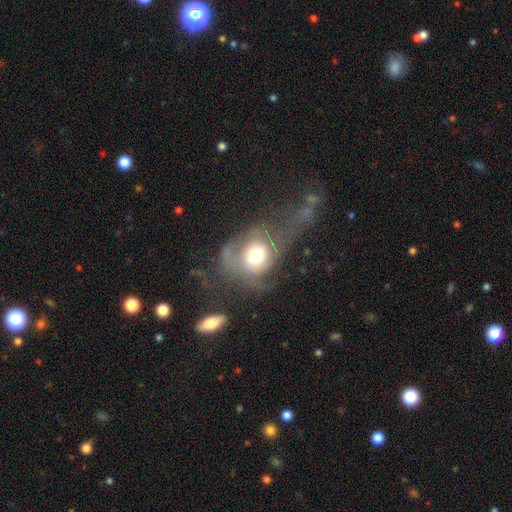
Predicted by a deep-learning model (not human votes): Smooth or featured? Predicted: smooth (p=0.48). Merging? Predicted: major disturbance (p=0.58).